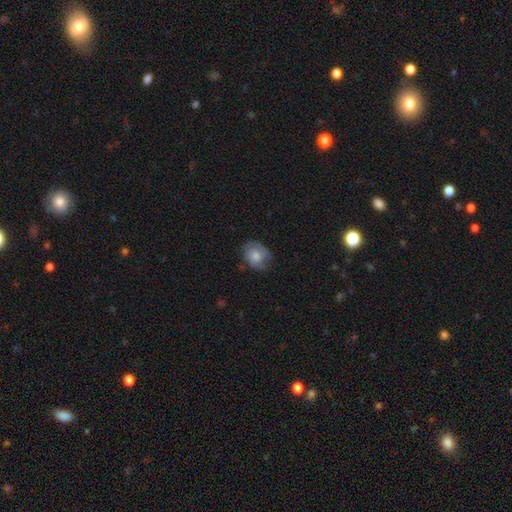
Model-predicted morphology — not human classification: Smooth or featured? smooth (58%)
How rounded? in between (53%)
Merging? none (64%)